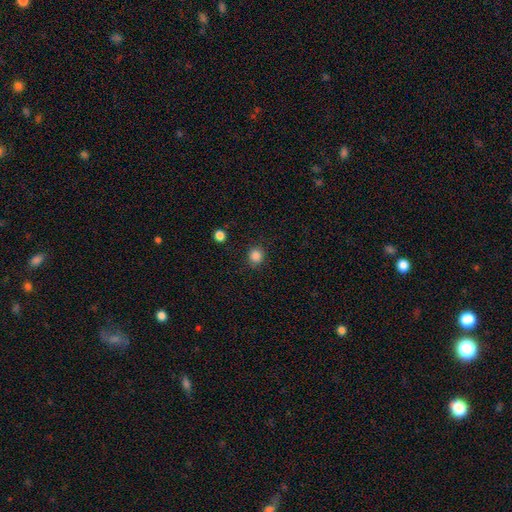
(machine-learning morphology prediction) Overall: smooth (85%). How rounded: round (88%). Merging: none (87%).